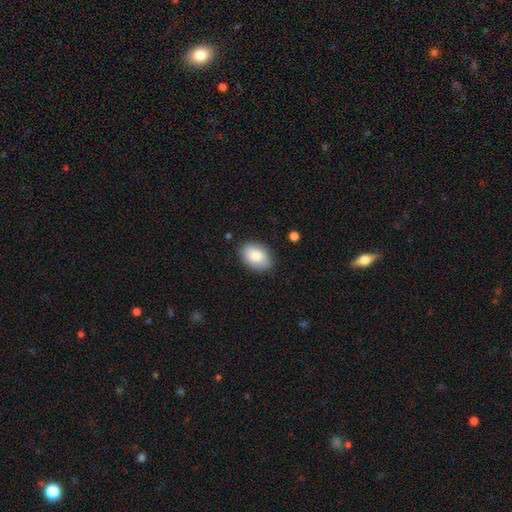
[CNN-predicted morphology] A smooth galaxy with no disk features (85%) that is in between round and cigar-shaped (86%).

Vote fractions:
- Smooth or featured? smooth: 85% / featured or disk: 9% / star or artifact: 6%
- How rounded? in between: 86% / round: 13% / cigar-shaped: 1%
- Merging? none: 85% / minor disturbance: 11% / major disturbance: 3% / merger: 1%